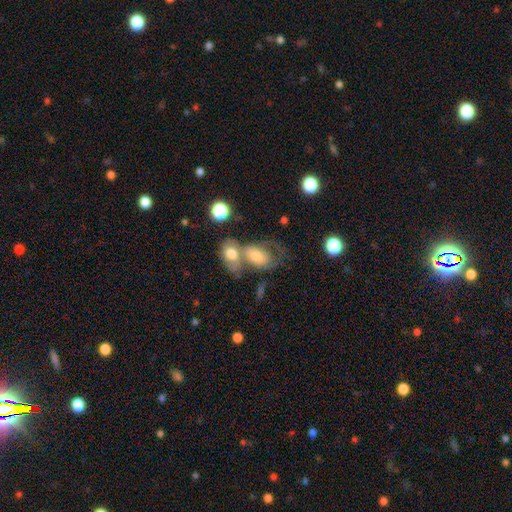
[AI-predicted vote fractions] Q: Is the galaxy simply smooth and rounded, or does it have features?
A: smooth — 56%.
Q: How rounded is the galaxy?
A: in between — 78%.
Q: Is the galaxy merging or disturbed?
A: merger — 51%.